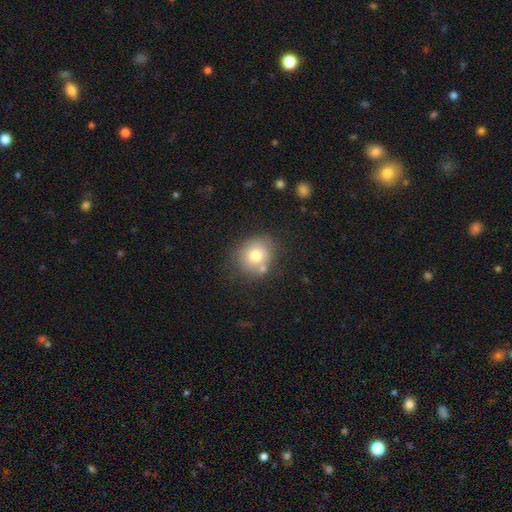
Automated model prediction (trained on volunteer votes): A smooth galaxy with no disk features (73%) that is round (79%). Merging: none (69%).